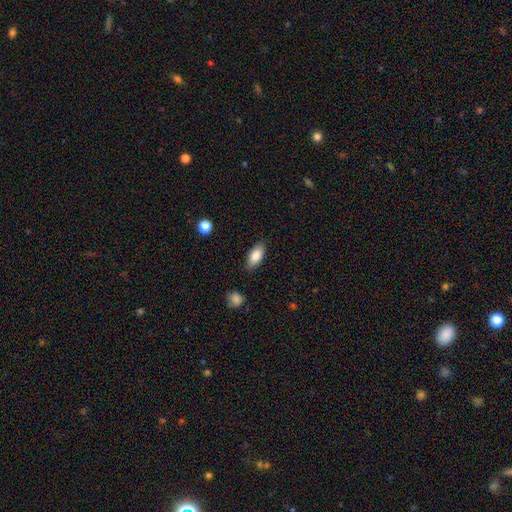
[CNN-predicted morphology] Smooth or featured?
  - smooth: 85% *
  - featured or disk: 8%
  - star or artifact: 7%
How rounded?
  - in between: 89% *
  - cigar-shaped: 8%
  - round: 3%
Merging?
  - none: 86% *
  - minor disturbance: 10%
  - major disturbance: 2%
  - merger: 1%